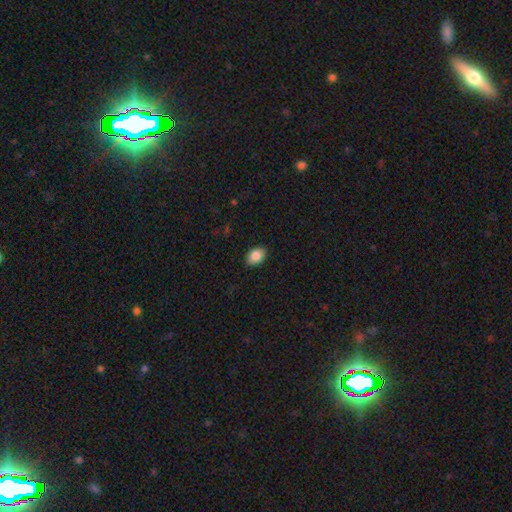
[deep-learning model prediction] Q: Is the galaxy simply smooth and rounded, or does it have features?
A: smooth — 87%.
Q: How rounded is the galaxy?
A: in between — 81%.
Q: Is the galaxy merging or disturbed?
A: none — 89%.